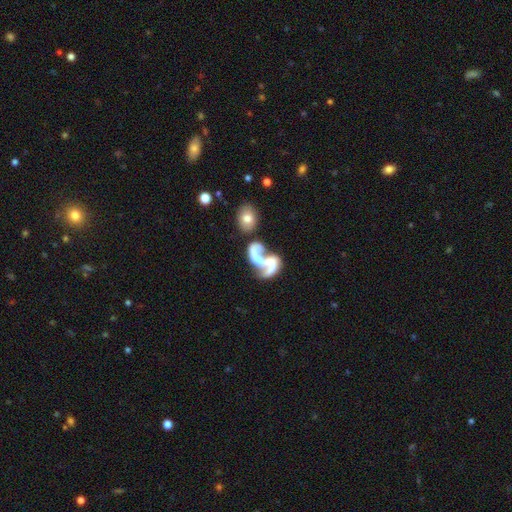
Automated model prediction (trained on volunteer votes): The model was most divided on "bulge size": none: 42%, small: 27%, moderate: 22%, large: 7%, dominant: 2%. Remaining: edge-on disk — no (97%); spiral arms — yes (79%); spiral arm count — 2 (78%); smooth or featured — featured or disk (77%); spiral winding — loose (70%); bar — no (54%); merging — merger (48%).